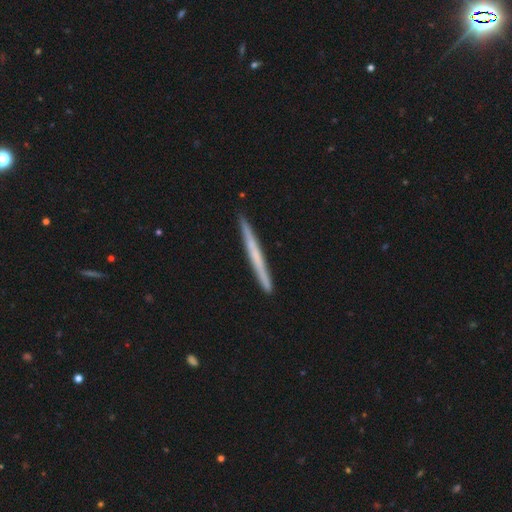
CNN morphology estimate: The model was most divided on "smooth or featured": featured or disk: 49%, smooth: 45%, star or artifact: 6%. More confident: merging — none (91%).